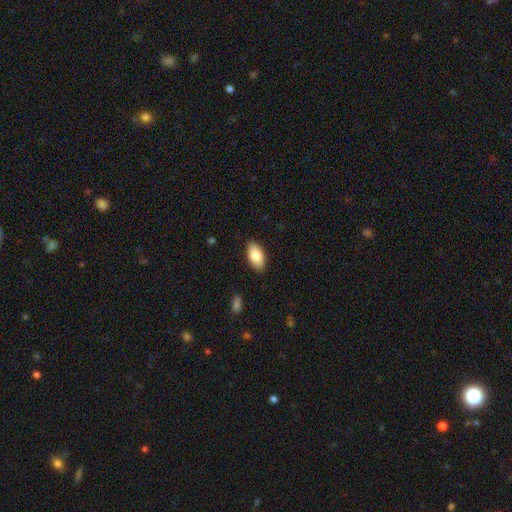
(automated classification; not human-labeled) smooth-or-featured: smooth: 84% | featured or disk: 9% | star or artifact: 6%
  how-rounded: in between: 93% | cigar-shaped: 4% | round: 2%
  merging: none: 88% | minor disturbance: 9% | major disturbance: 2% | merger: 1%